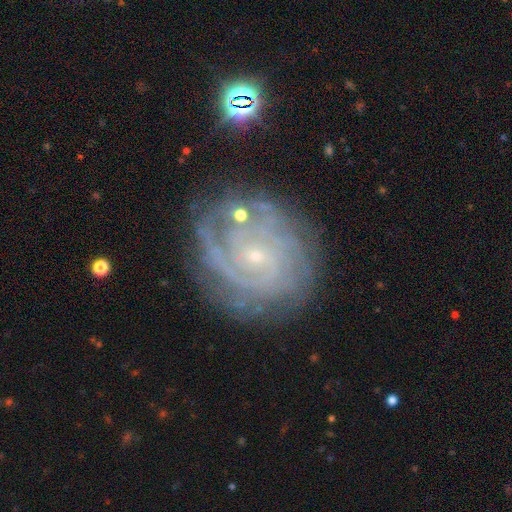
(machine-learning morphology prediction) The model was most divided on "spiral arm count": can't tell: 30%, 3: 20%, 4: 17%, 2: 16%, more than 4: 9%, 1: 7%. More confident: edge-on disk — no (97%); spiral arms — yes (96%); bulge size — small (87%); smooth or featured — featured or disk (86%); spiral winding — tight (75%); merging — none (72%); bar — no (70%).